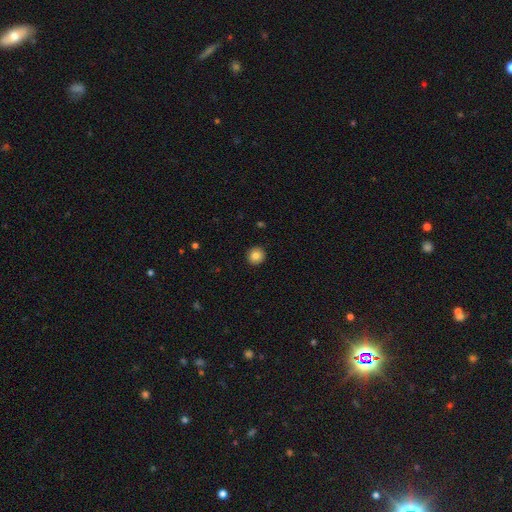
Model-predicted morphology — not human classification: Smooth or featured? smooth (84%)
How rounded? round (93%)
Merging? none (93%)